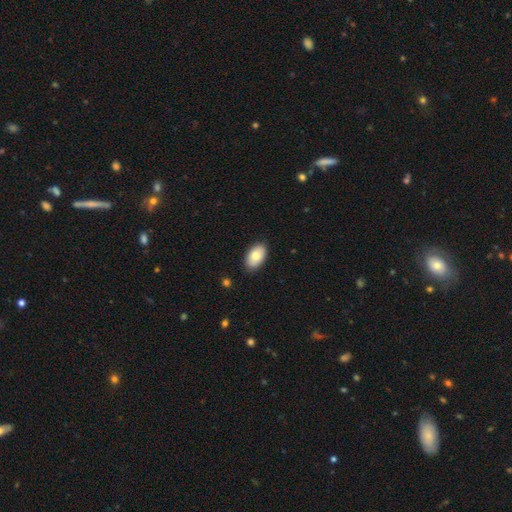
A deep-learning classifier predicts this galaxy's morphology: smooth 77%, featured or disk 16%, star or artifact 6%. Down the decision tree: how rounded — in between (94%); merging — none (87%).